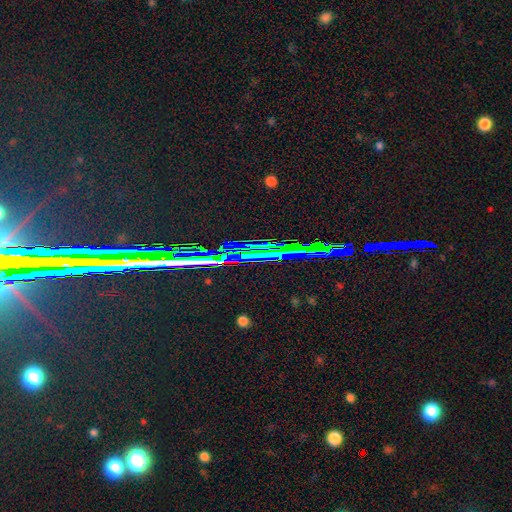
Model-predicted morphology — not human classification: smooth-or-featured: star or artifact: 82% | featured or disk: 10% | smooth: 8%